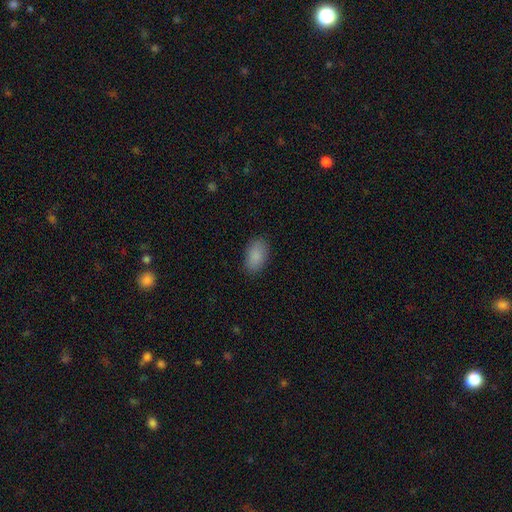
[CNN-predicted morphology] Smooth or featured?
  - smooth: 88% *
  - star or artifact: 8%
  - featured or disk: 4%
How rounded?
  - in between: 92% *
  - round: 7%
  - cigar-shaped: 2%
Merging?
  - none: 86% *
  - minor disturbance: 11%
  - major disturbance: 3%
  - merger: 1%